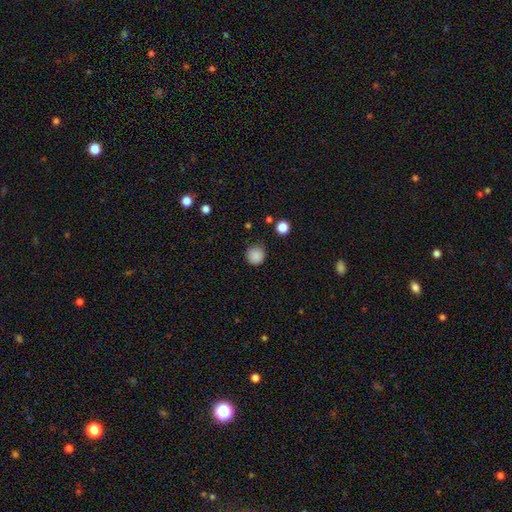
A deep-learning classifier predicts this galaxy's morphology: A smooth galaxy with no disk features (86%) that is round (94%).

Vote fractions:
- Smooth or featured? smooth: 86% / star or artifact: 11% / featured or disk: 3%
- How rounded? round: 94% / in between: 5% / cigar-shaped: 1%
- Merging? none: 84% / minor disturbance: 12% / major disturbance: 3% / merger: 2%